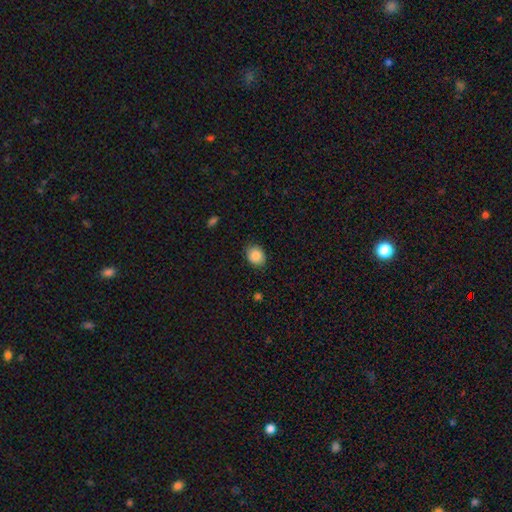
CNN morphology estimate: Smooth or featured? Predicted: smooth (p=0.87). How rounded? Predicted: round (p=0.50). Merging? Predicted: none (p=0.85).